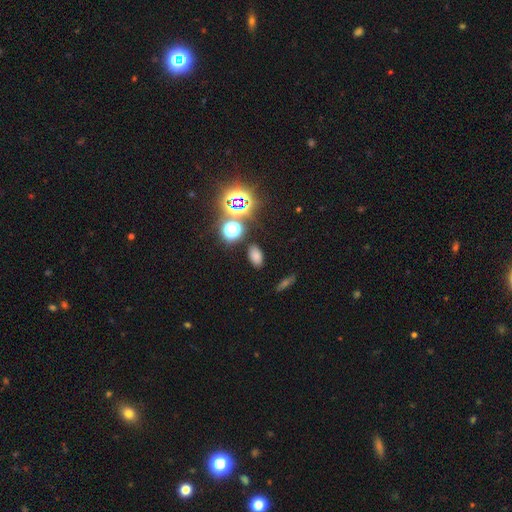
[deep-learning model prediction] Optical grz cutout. It shows a smooth galaxy with no disk features (68%) that is in between round and cigar-shaped (87%). Merging: none (85%).